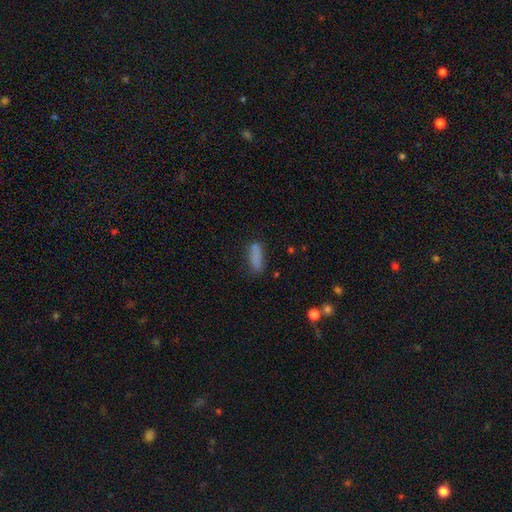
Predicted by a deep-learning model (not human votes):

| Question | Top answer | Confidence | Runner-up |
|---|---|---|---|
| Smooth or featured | smooth | 82% | star or artifact (10%) |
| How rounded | in between | 52% | cigar-shaped (46%) |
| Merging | none | 68% | minor disturbance (20%) |